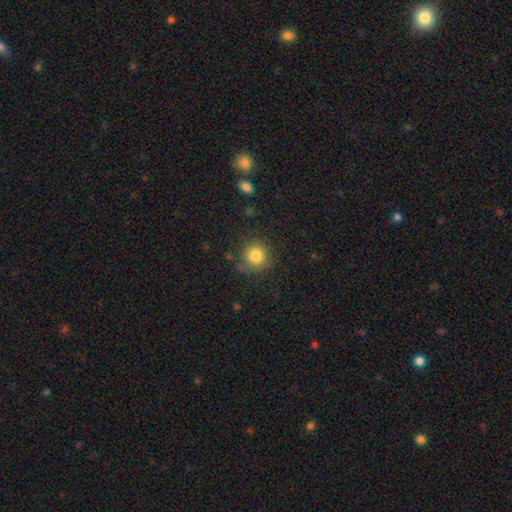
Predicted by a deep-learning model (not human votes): Smooth or featured: smooth — 82% (star or artifact — 11%)
How rounded: round — 89% (in between — 10%)
Merging: none — 78% (minor disturbance — 15%)